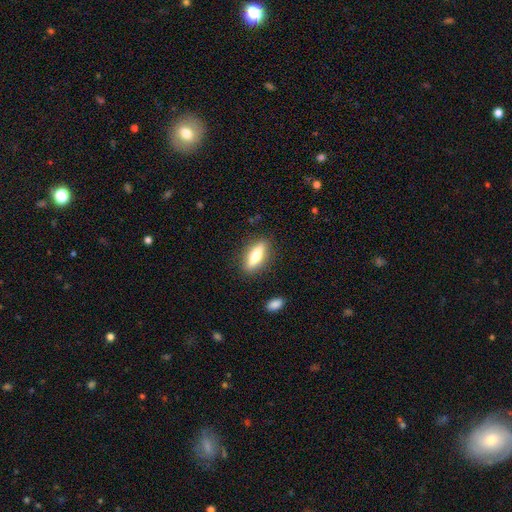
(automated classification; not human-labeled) Morphology: type=smooth (60%); roundness=in between (57%); merging=none (87%).